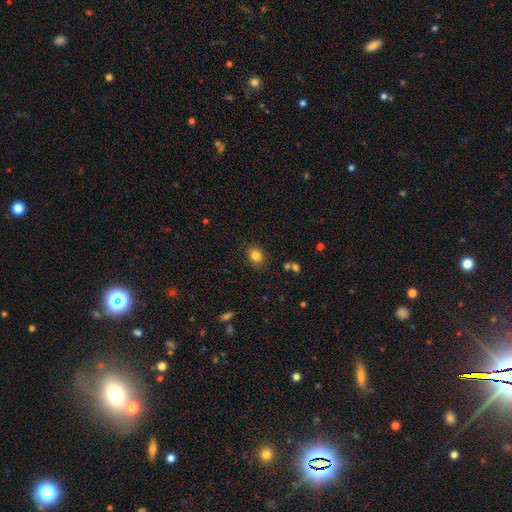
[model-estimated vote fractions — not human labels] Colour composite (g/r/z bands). It shows a smooth galaxy with no disk features (83%) that is round (54%). Merging: none (85%).